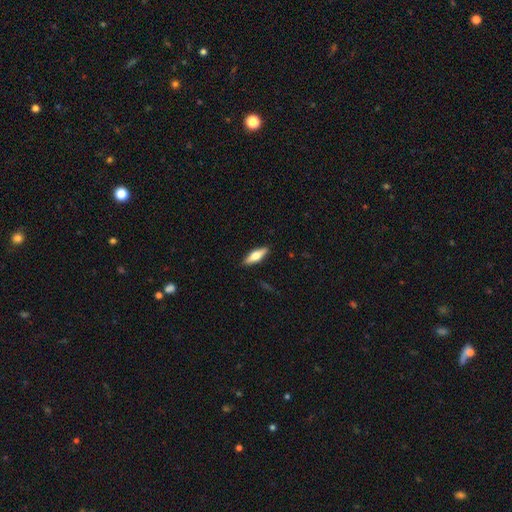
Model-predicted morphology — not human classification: Overall: smooth (50%; featured or disk 44%). How rounded: cigar-shaped (49%; in between 48%). Merging: none (90%).